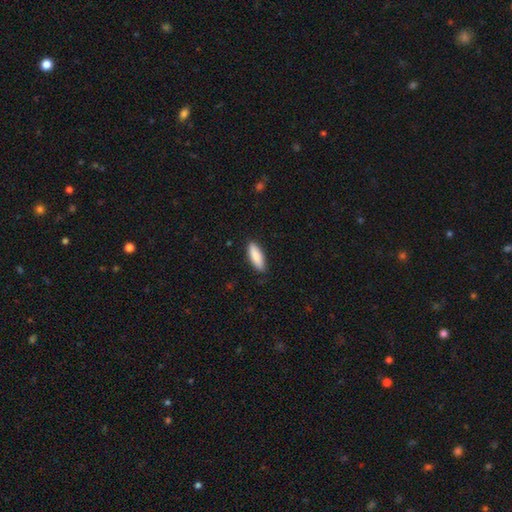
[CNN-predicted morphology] This appears to be a smooth galaxy with no disk features (88%) that is in between round and cigar-shaped (60%). Merging: none (87%).